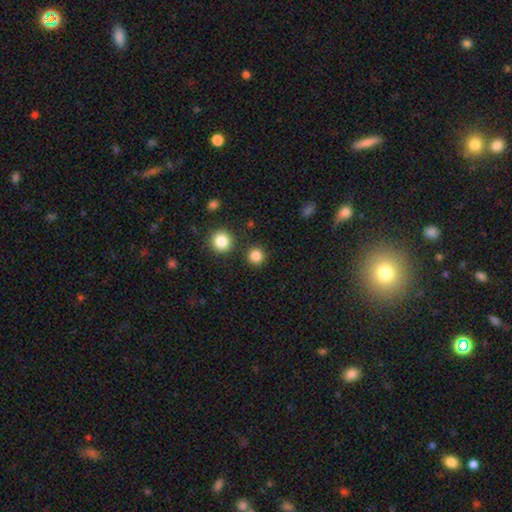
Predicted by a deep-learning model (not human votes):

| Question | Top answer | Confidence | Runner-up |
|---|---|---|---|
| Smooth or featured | smooth | 84% | star or artifact (12%) |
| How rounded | round | 94% | in between (5%) |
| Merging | none | 88% | minor disturbance (5%) |